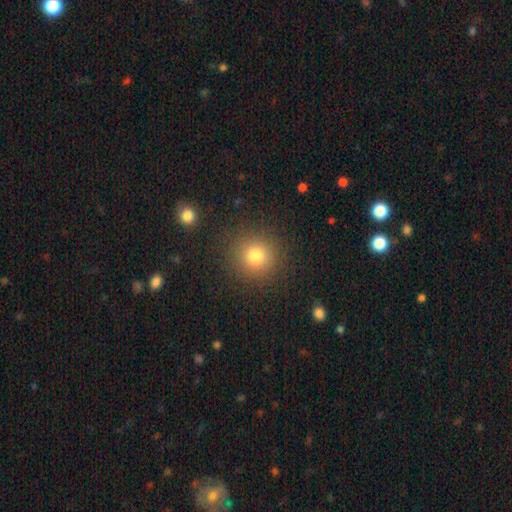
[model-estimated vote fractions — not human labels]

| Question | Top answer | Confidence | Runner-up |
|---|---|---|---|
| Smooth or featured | smooth | 78% | star or artifact (15%) |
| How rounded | round | 91% | in between (8%) |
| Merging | none | 89% | minor disturbance (6%) |